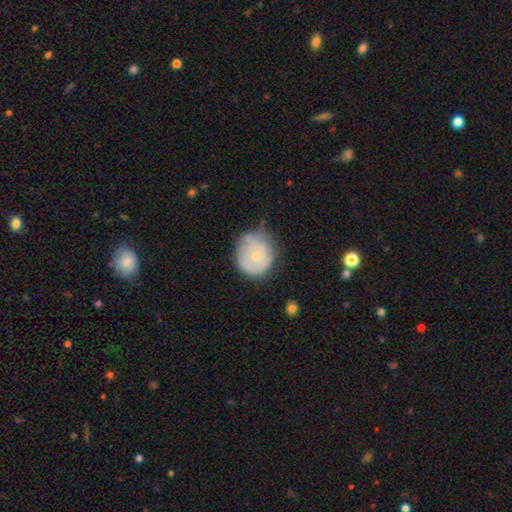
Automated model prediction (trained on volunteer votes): smooth 49%, featured or disk 44%, star or artifact 7%. Down the decision tree: merging — none (57%).